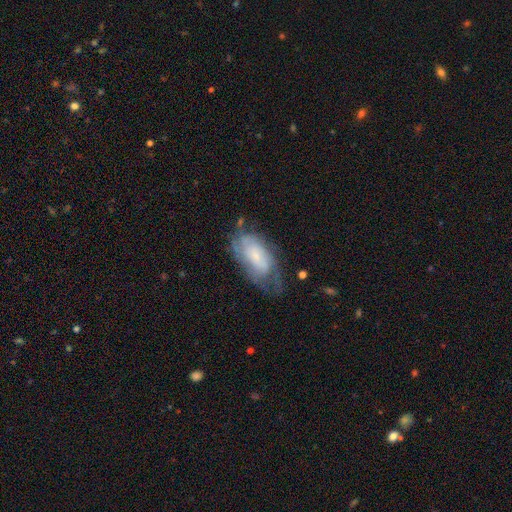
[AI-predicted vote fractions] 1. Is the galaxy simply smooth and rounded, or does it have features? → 56% featured or disk, 36% smooth, 8% star or artifact.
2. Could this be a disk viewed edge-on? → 92% no, 8% yes.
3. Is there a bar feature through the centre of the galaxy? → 68% no, 26% weak, 6% strong.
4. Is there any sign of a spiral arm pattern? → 71% yes, 29% no.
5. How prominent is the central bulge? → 57% small, 22% moderate, 11% none, 7% large, 2% dominant.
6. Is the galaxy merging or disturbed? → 48% none, 29% minor disturbance, 20% major disturbance, 3% merger.